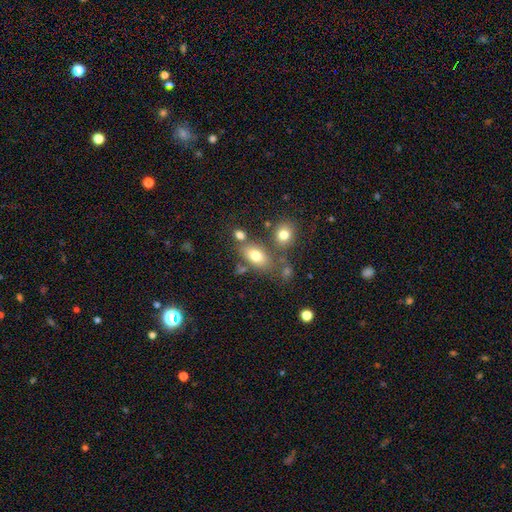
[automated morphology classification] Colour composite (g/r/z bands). It shows a smooth galaxy with no disk features (75%) that is in between round and cigar-shaped (84%). Merging: none (62%).